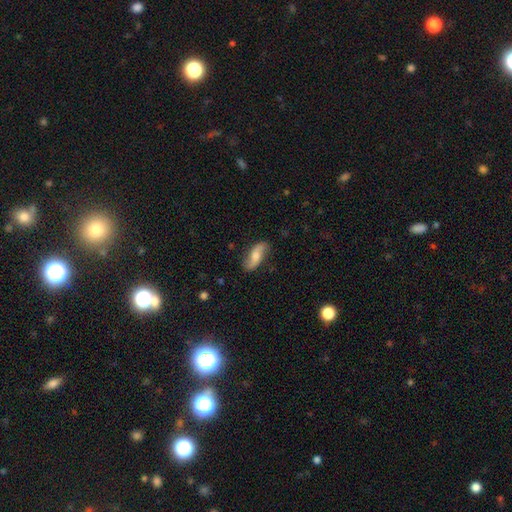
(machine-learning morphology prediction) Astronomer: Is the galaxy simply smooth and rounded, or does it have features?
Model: featured or disk — 54% (runner-up: smooth, 39%).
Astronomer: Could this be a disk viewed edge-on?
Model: no — 88%.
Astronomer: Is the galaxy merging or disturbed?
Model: none — 79%.